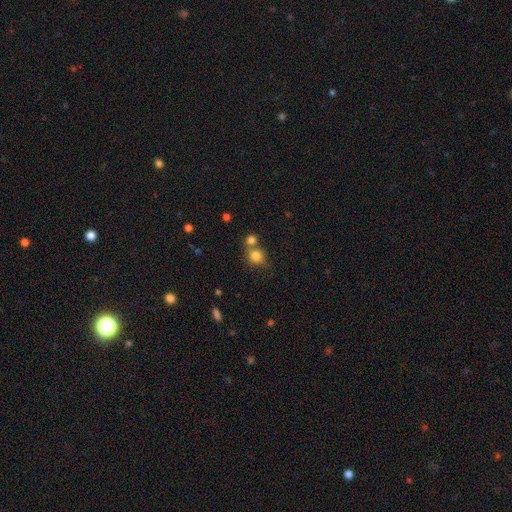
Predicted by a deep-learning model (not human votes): Smooth or featured? smooth (81%)
How rounded? round (83%)
Merging? none (52%)